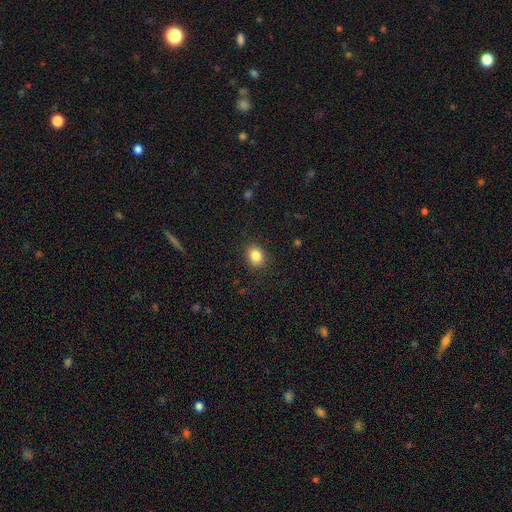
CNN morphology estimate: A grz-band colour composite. It shows a smooth galaxy with no disk features (85%) that is round (51%). Merging: none (87%).